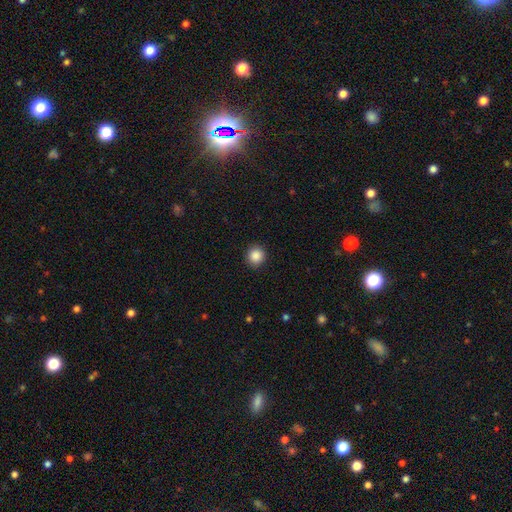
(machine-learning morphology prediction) The model was most divided on "smooth or featured": smooth: 88%, star or artifact: 10%, featured or disk: 3%. More confident: how rounded — round (93%); merging — none (92%).